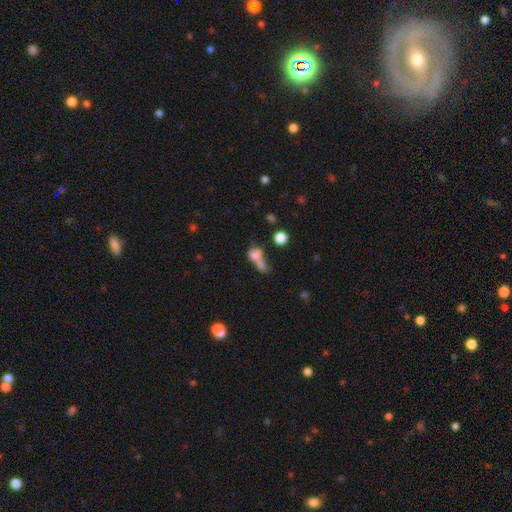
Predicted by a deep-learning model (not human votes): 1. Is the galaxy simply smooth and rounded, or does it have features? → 66% smooth, 19% featured or disk, 15% star or artifact.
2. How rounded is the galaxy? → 51% in between, 42% round, 8% cigar-shaped.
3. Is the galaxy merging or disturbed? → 53% merger, 22% none, 14% major disturbance, 11% minor disturbance.